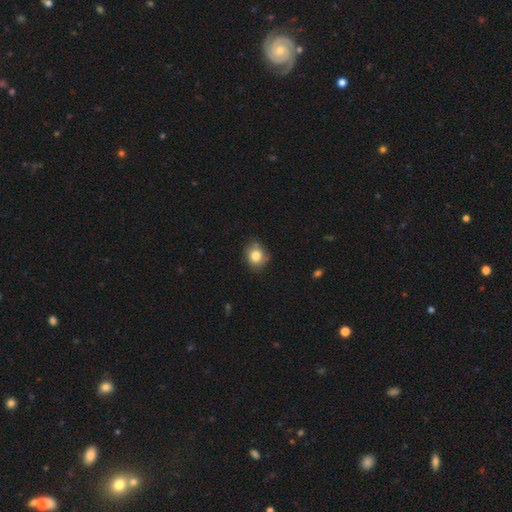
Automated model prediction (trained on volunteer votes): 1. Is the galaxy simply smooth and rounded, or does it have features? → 81% smooth, 10% star or artifact, 9% featured or disk.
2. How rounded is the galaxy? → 69% round, 30% in between, 1% cigar-shaped.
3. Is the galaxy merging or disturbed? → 75% none, 19% minor disturbance, 4% major disturbance, 2% merger.